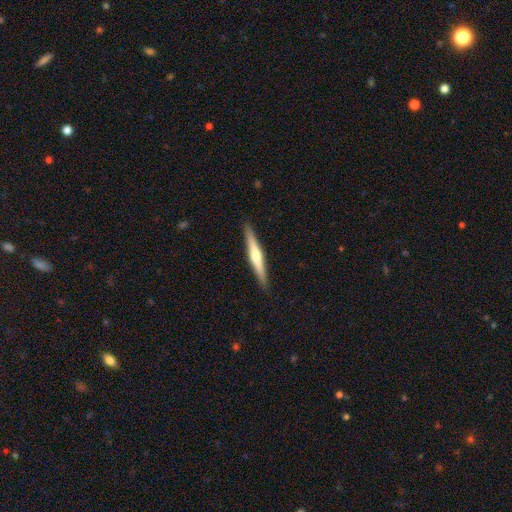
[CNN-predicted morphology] smooth_or_featured: featured or disk (p=0.61) [alt: smooth p=0.35]
disk_edge_on: yes (p=0.97) [alt: no p=0.03]
edge_on_bulge: rounded (p=0.84) [alt: none p=0.11]
merging: none (p=0.91) [alt: minor disturbance p=0.06]